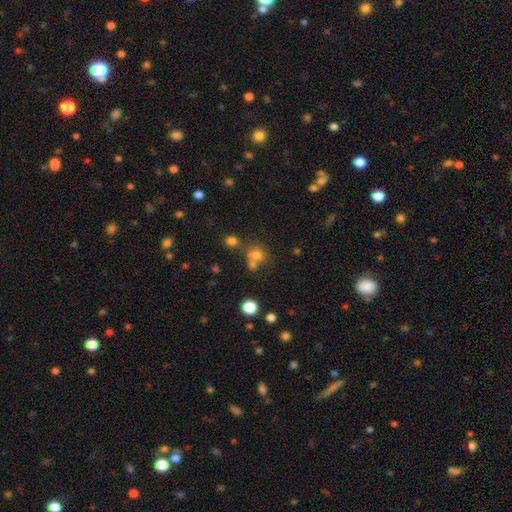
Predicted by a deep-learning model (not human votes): smooth 70%, star or artifact 19%, featured or disk 11%. Down the decision tree: how rounded — round (75%); merging — none (48%).